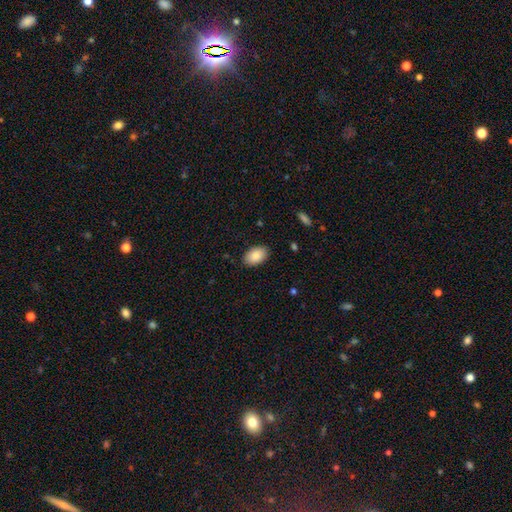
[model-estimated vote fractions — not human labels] smooth_or_featured: smooth (p=0.87) [alt: star or artifact p=0.07]
how_rounded: in between (p=0.92) [alt: round p=0.07]
merging: none (p=0.87) [alt: minor disturbance p=0.09]